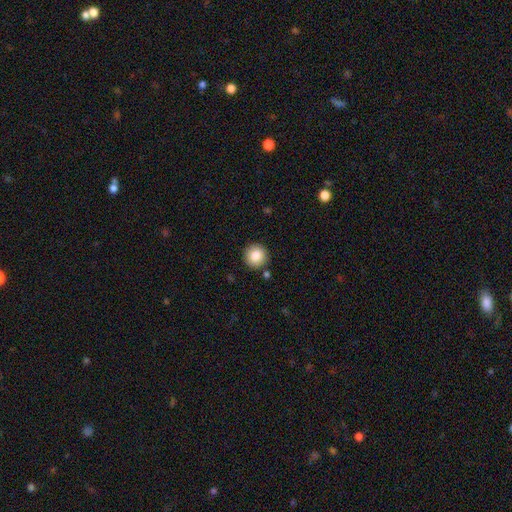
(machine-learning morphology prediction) smooth 85%, star or artifact 9%, featured or disk 6%. Down the decision tree: how rounded — round (95%); merging — none (88%).